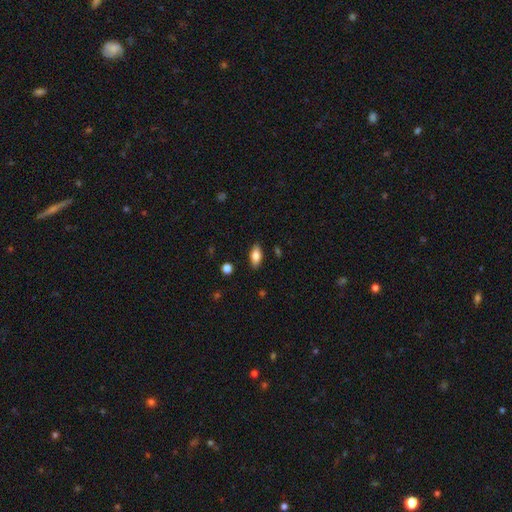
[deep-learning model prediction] Smooth or featured? smooth (79%)
How rounded? in between (85%)
Merging? none (87%)